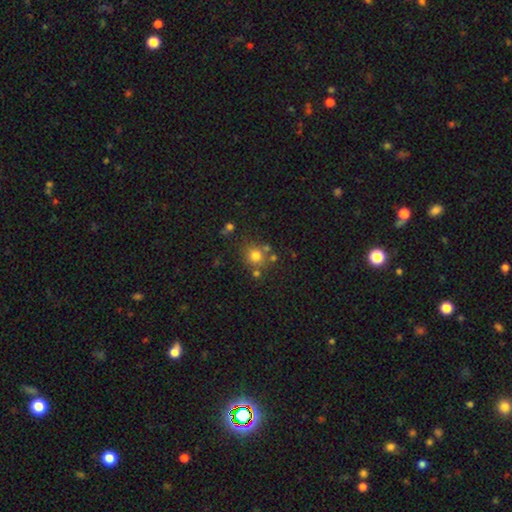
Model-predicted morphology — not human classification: Q: Smooth or featured?
A: smooth (75%); runner-up: star or artifact (15%)
Q: How rounded?
A: round (88%); runner-up: in between (11%)
Q: Merging?
A: none (70%); runner-up: merger (15%)